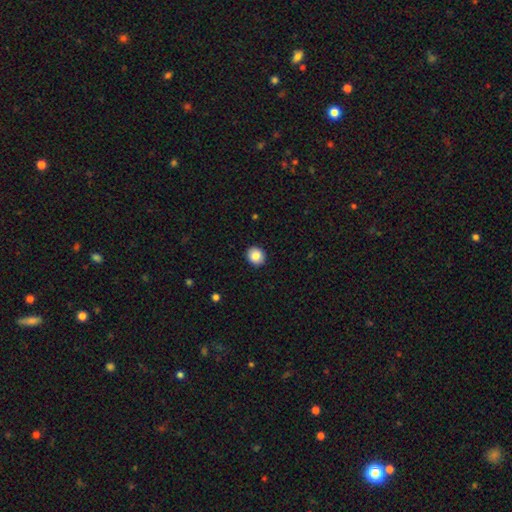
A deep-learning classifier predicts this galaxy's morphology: The model was most divided on "how rounded": round: 76%, in between: 23%, cigar-shaped: 1%. More confident: merging — none (92%); smooth or featured — smooth (86%).